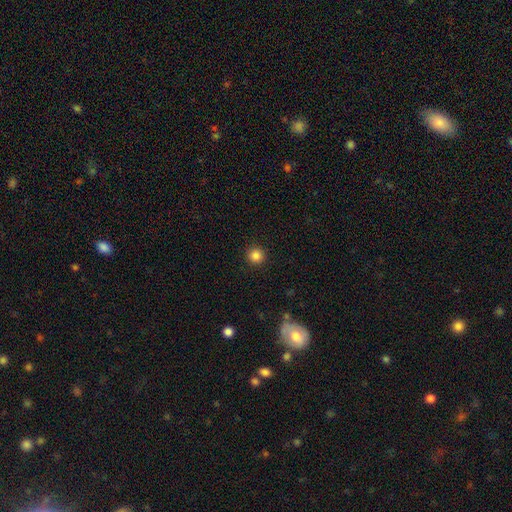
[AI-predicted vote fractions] This appears to be a smooth galaxy with no disk features (85%) that is round (95%). Merging: none (92%).